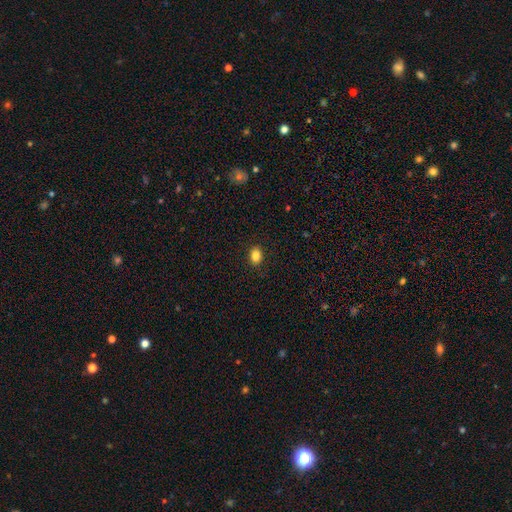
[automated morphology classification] smooth-or-featured: smooth: 85% | star or artifact: 10% | featured or disk: 5%
  how-rounded: in between: 71% | round: 27% | cigar-shaped: 1%
  merging: none: 89% | minor disturbance: 8% | major disturbance: 2% | merger: 1%